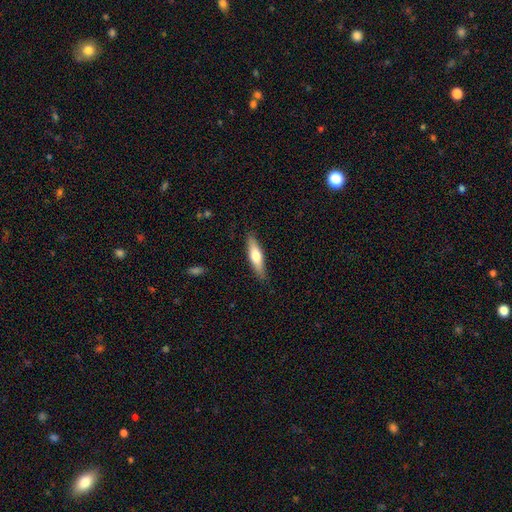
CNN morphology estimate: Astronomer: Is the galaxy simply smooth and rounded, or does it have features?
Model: smooth — 57% (runner-up: featured or disk, 37%).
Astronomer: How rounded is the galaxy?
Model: cigar-shaped — 68%.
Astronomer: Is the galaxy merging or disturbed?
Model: none — 86%.